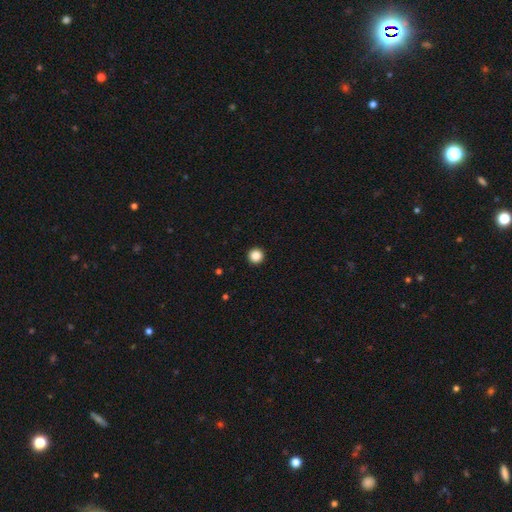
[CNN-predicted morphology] Smooth or featured?
  - smooth: 86% *
  - star or artifact: 11%
  - featured or disk: 3%
How rounded?
  - round: 97% *
  - in between: 2%
  - cigar-shaped: 1%
Merging?
  - none: 94% *
  - minor disturbance: 4%
  - major disturbance: 1%
  - merger: 1%